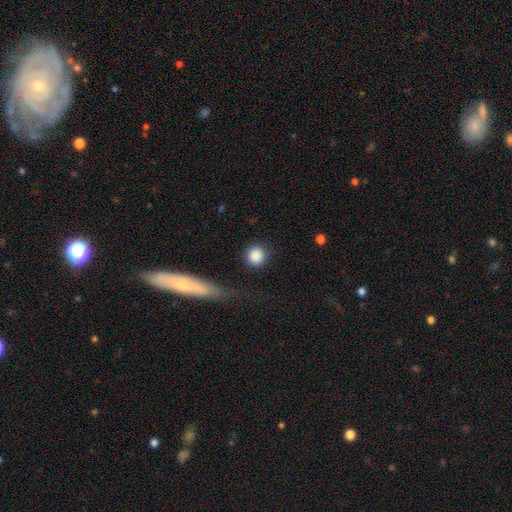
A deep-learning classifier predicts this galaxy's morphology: smooth 87%, star or artifact 8%, featured or disk 5%. Down the decision tree: how rounded — round (92%); merging — none (86%).